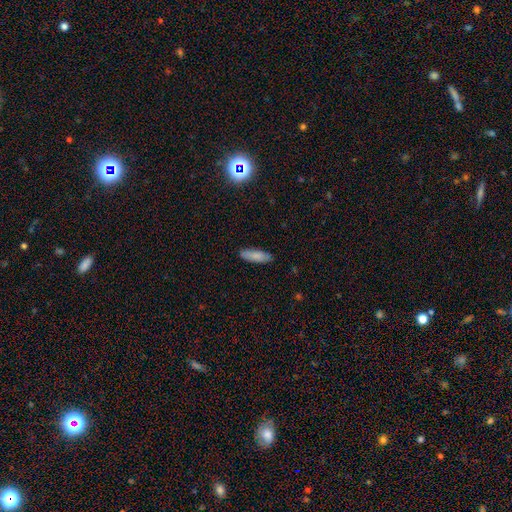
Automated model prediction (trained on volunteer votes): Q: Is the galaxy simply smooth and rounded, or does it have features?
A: smooth — 85%.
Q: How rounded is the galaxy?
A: cigar-shaped — 52%.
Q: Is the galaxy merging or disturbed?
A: none — 86%.